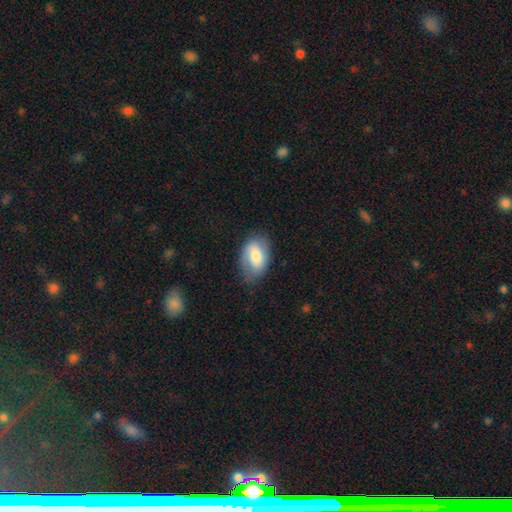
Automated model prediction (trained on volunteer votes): smooth 66%, featured or disk 28%, star or artifact 7%. Down the decision tree: how rounded — in between (91%); merging — none (66%).